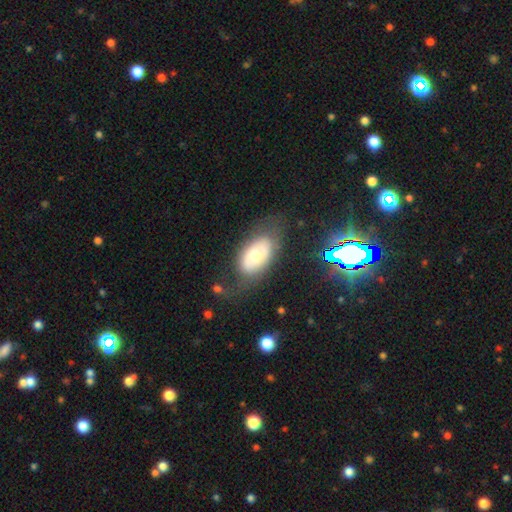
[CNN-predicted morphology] smooth-or-featured: smooth: 51% | featured or disk: 41% | star or artifact: 8%
  how-rounded: in between: 90% | round: 8% | cigar-shaped: 2%
  merging: none: 60% | minor disturbance: 21% | major disturbance: 16% | merger: 3%